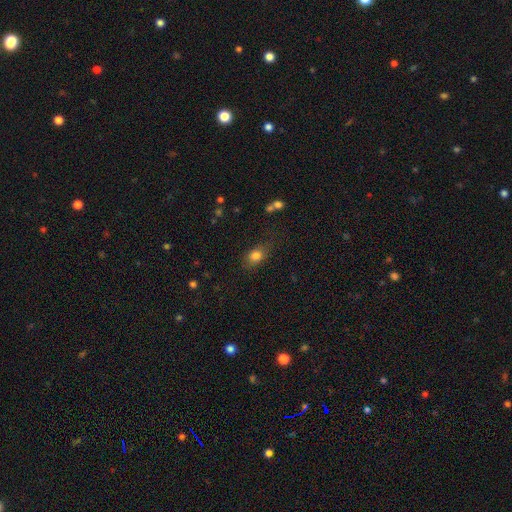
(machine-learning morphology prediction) This is clearly a smooth galaxy (81%). How rounded: likely in between (65%). Merging: likely none (71%).